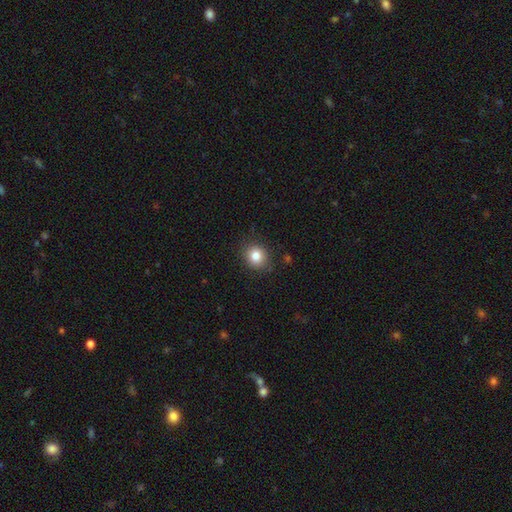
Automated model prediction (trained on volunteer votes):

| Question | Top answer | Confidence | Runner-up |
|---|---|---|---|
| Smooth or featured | smooth | 82% | star or artifact (11%) |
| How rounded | round | 78% | in between (21%) |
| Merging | none | 87% | minor disturbance (9%) |